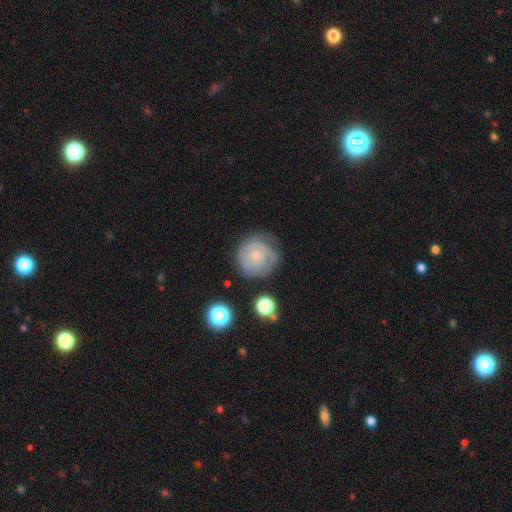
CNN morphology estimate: A smooth galaxy with no disk features (47%).

Vote fractions:
- Smooth or featured? smooth: 47% / featured or disk: 44% / star or artifact: 9%
- Merging? none: 59% / minor disturbance: 26% / major disturbance: 12% / merger: 2%